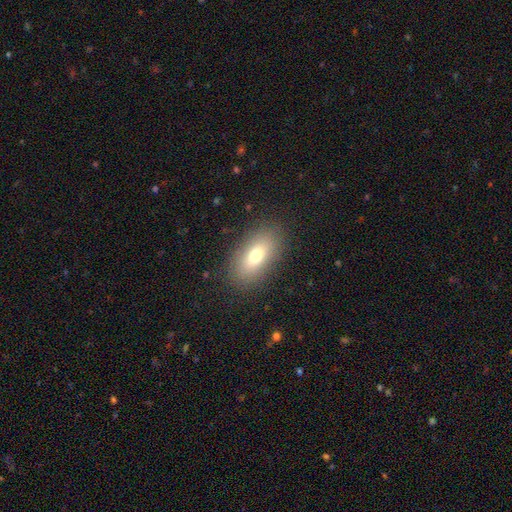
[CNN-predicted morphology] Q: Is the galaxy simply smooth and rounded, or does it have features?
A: smooth — 73%.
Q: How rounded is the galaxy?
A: in between — 86%.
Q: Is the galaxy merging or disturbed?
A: none — 85%.